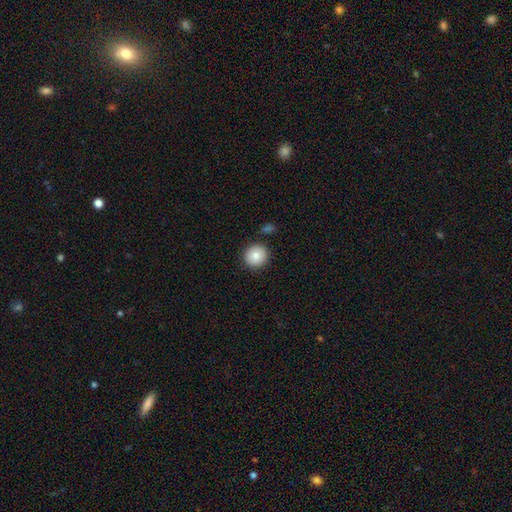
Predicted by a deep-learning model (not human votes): Smooth or featured: smooth — 85% (star or artifact — 8%)
How rounded: round — 91% (in between — 8%)
Merging: none — 87% (minor disturbance — 8%)